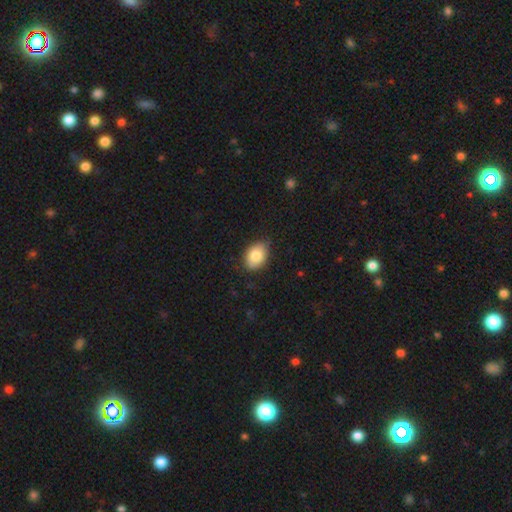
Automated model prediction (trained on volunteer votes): Q: Smooth or featured?
A: smooth (84%); runner-up: featured or disk (9%)
Q: How rounded?
A: in between (80%); runner-up: round (18%)
Q: Merging?
A: none (83%); runner-up: minor disturbance (14%)